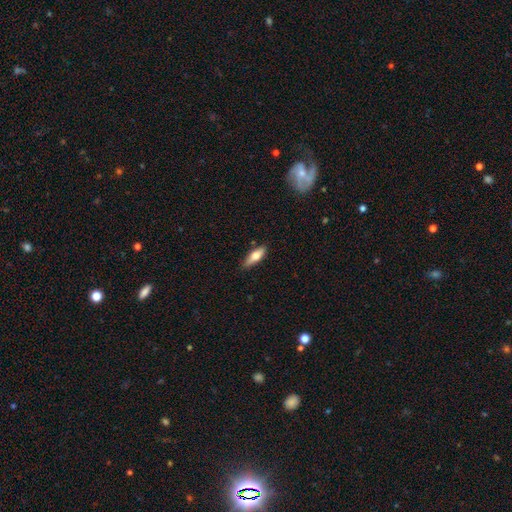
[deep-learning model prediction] A smooth galaxy with no disk features (66%) that is in between round and cigar-shaped (54%).

Vote fractions:
- Smooth or featured? smooth: 66% / featured or disk: 28% / star or artifact: 6%
- How rounded? in between: 54% / cigar-shaped: 44% / round: 2%
- Merging? none: 81% / minor disturbance: 15% / major disturbance: 3% / merger: 2%